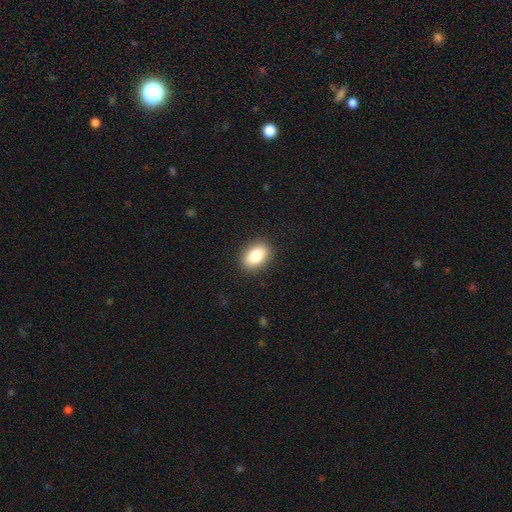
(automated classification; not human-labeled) smooth-or-featured: smooth: 84% | star or artifact: 8% | featured or disk: 8%
  how-rounded: in between: 82% | round: 17% | cigar-shaped: 1%
  merging: none: 89% | minor disturbance: 8% | major disturbance: 2% | merger: 1%